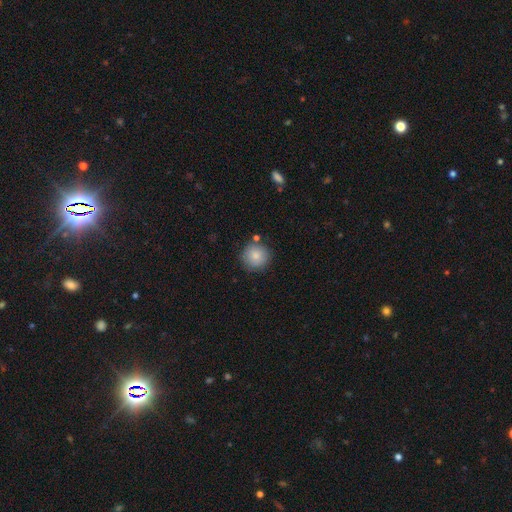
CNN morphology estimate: Overall: smooth (83%). How rounded: round (94%). Merging: none (82%).